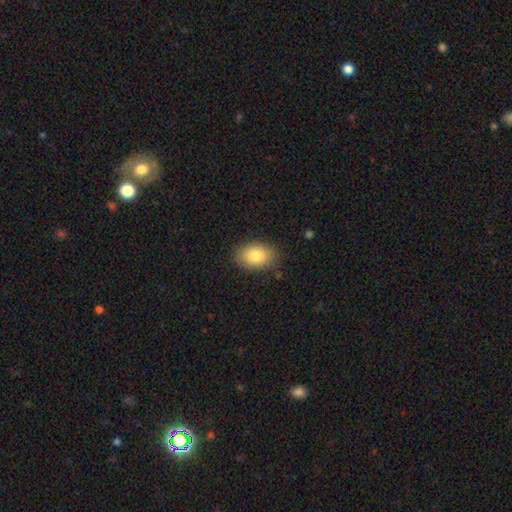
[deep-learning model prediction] A smooth galaxy with no disk features (84%) that is in between round and cigar-shaped (85%). Merging: none (85%).